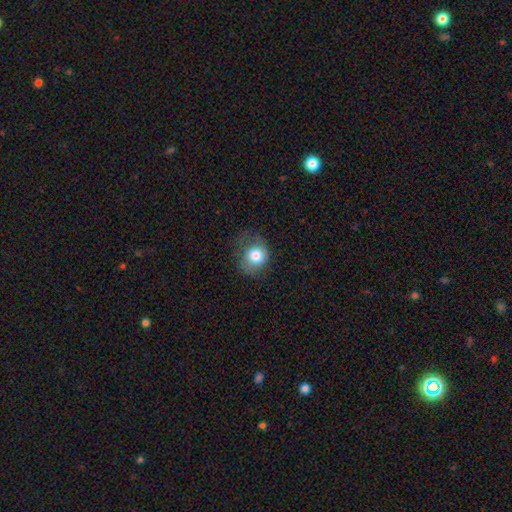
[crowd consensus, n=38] Morphology: type=smooth (82%); roundness=round (87%); merging=none (53%).